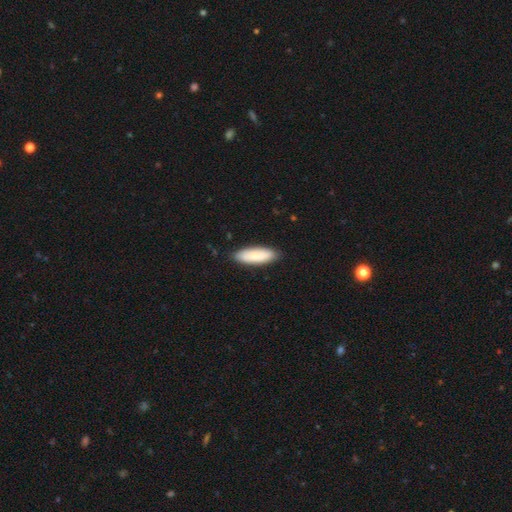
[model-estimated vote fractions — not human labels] Smooth or featured? Predicted: smooth (p=0.85). How rounded? Predicted: in between (p=0.54). Merging? Predicted: none (p=0.86).